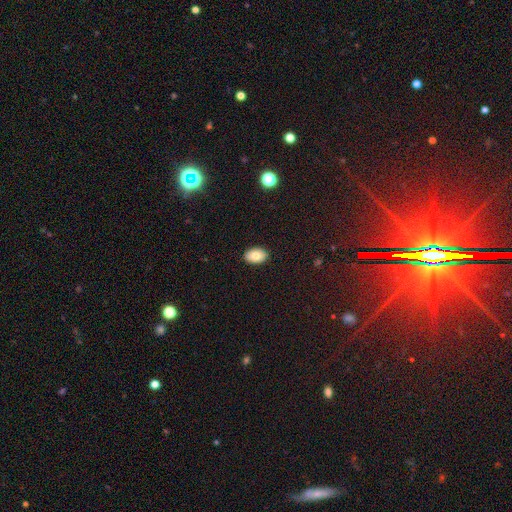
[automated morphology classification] A smooth galaxy with no disk features (81%) that is in between round and cigar-shaped (85%). Merging: none (89%).